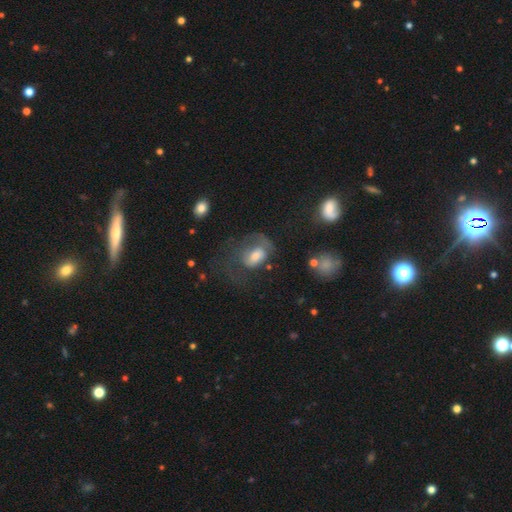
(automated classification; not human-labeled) Smooth or featured? featured or disk (46%)
Merging? major disturbance (50%)